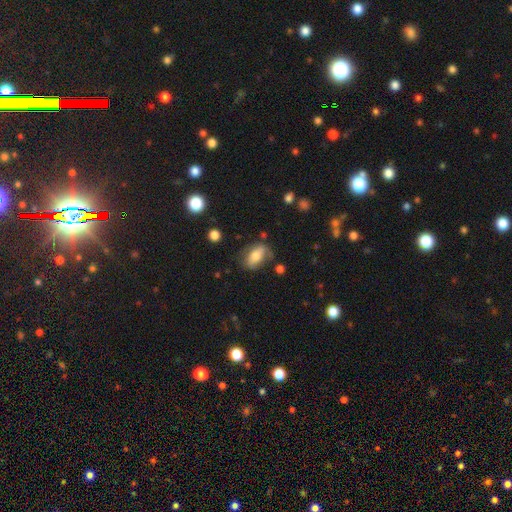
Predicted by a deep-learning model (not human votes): The model was most divided on "merging": none: 63%, minor disturbance: 24%, major disturbance: 9%, merger: 4%. More confident: how rounded — in between (86%); smooth or featured — smooth (66%).